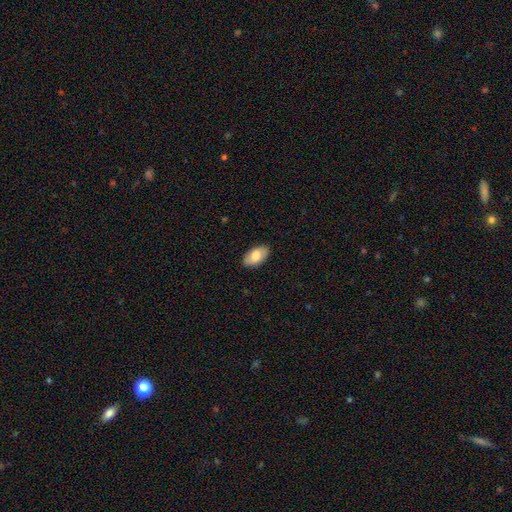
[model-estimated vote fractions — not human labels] Morphology: type=smooth (71%); roundness=in between (94%); merging=none (85%).